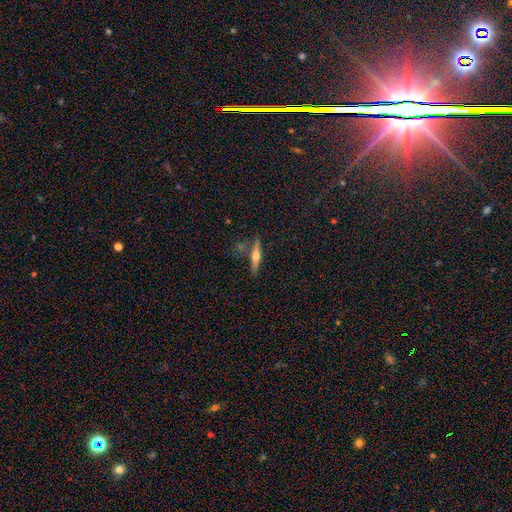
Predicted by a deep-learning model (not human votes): This is likely a featured or disk galaxy (64%). It is clearly viewed edge-on (96%). Edge-on bulge: clearly rounded (88%). Merging: likely none (76%).